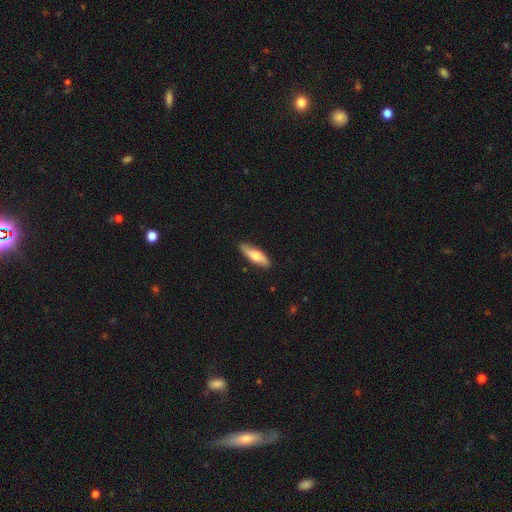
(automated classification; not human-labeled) The model was most divided on "how rounded": cigar-shaped: 50%, in between: 47%, round: 3%. More confident: merging — none (85%); smooth or featured — smooth (56%).